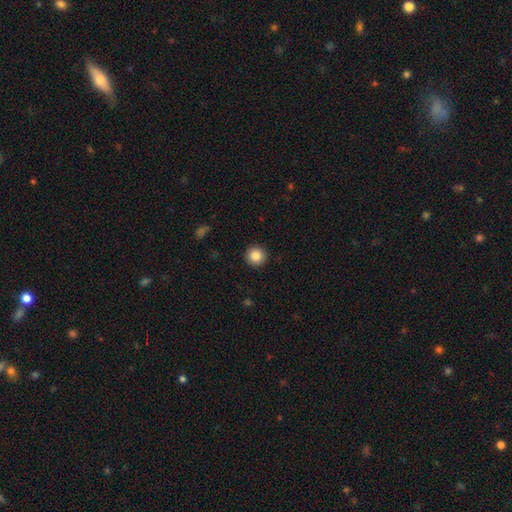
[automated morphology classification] The model was most divided on "smooth or featured": smooth: 85%, star or artifact: 9%, featured or disk: 6%. More confident: how rounded — round (95%); merging — none (92%).